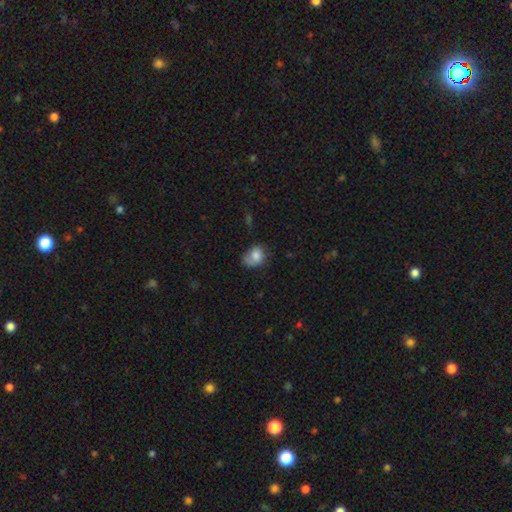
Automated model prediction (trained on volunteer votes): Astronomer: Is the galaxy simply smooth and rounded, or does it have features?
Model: smooth — 71%.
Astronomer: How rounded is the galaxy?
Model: in between — 51% (runner-up: round, 48%).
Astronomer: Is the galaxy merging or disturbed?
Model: none — 46% (runner-up: minor disturbance, 32%).